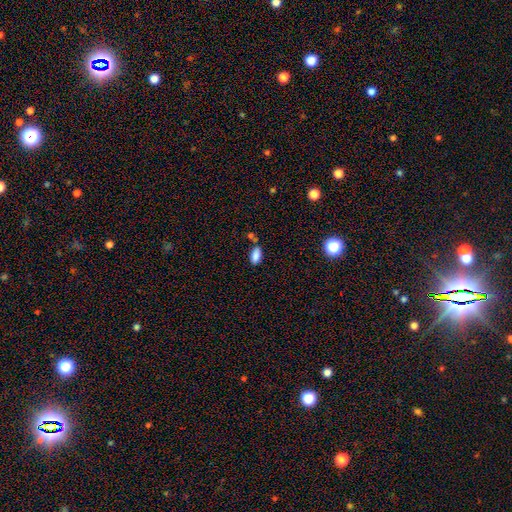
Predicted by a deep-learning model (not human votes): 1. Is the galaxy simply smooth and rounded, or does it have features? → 85% smooth, 9% star or artifact, 6% featured or disk.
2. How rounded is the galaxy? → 90% in between, 7% cigar-shaped, 3% round.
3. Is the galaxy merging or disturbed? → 60% none, 19% minor disturbance, 16% merger, 5% major disturbance.